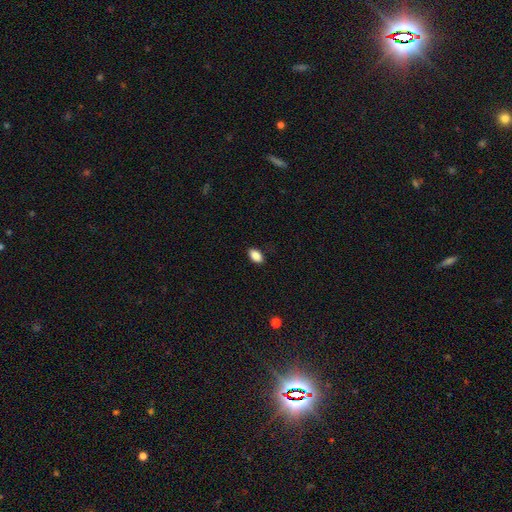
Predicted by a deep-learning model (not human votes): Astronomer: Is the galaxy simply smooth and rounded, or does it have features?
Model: smooth — 86%.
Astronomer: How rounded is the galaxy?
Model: in between — 91%.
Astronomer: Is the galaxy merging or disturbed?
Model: none — 88%.